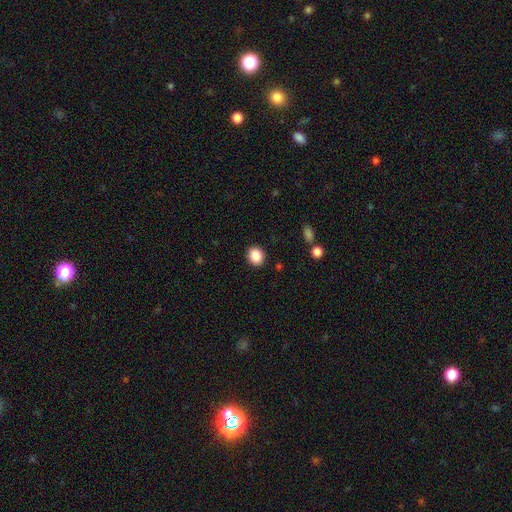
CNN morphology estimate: Smooth or featured: smooth — 88% (star or artifact — 9%)
How rounded: round — 70% (in between — 29%)
Merging: none — 90% (minor disturbance — 6%)